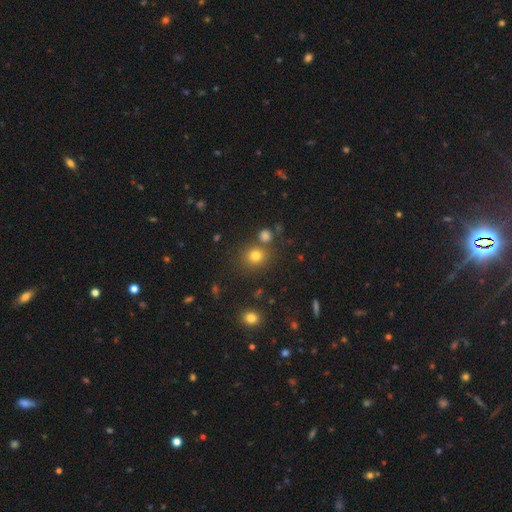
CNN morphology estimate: This is likely a smooth galaxy (76%). How rounded: clearly round (84%). Merging: likely none (75%).